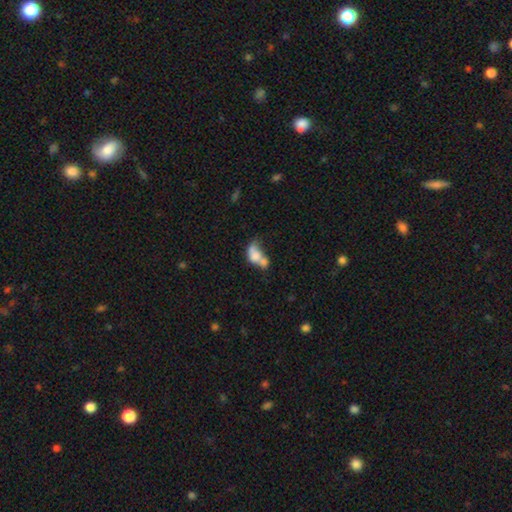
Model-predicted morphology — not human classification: Smooth or featured: smooth — 64% (featured or disk — 25%)
How rounded: in between — 80% (round — 16%)
Merging: merger — 60% (none — 15%)